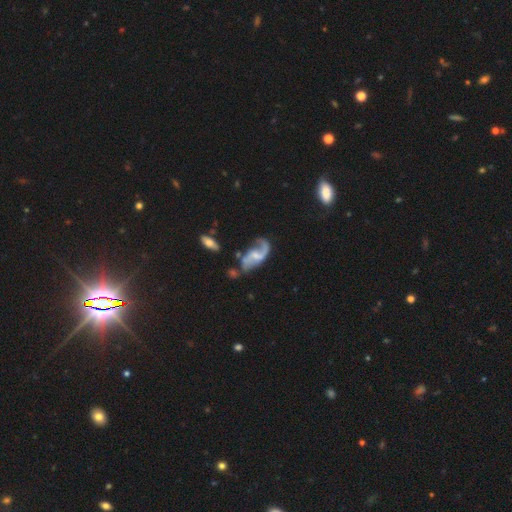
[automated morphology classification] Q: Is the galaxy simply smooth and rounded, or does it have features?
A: featured or disk — 81%.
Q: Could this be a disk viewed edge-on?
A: no — 96%.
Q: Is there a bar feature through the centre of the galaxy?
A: weak — 46%.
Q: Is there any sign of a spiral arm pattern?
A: yes — 90%.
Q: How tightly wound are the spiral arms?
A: loose — 66%.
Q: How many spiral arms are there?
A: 2 — 74%.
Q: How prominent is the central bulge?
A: small — 45%.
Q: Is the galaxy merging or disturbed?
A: none — 43%.